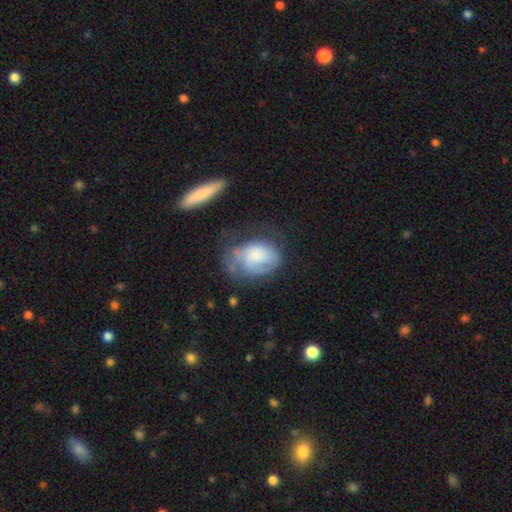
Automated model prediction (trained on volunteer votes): Smooth or featured: featured or disk — 47% (smooth — 46%)
Merging: none — 36% (major disturbance — 32%)